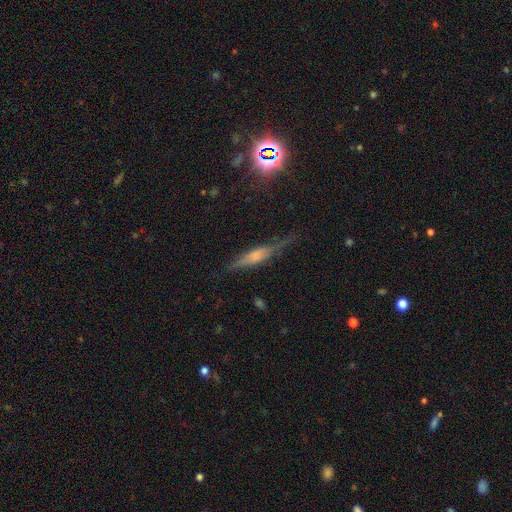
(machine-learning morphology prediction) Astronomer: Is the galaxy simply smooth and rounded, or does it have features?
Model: featured or disk — 58%.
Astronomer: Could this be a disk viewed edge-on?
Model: yes — 92%.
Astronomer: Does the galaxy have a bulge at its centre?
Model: rounded — 47% (runner-up: boxy, 38%).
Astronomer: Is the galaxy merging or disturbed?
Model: none — 69%.